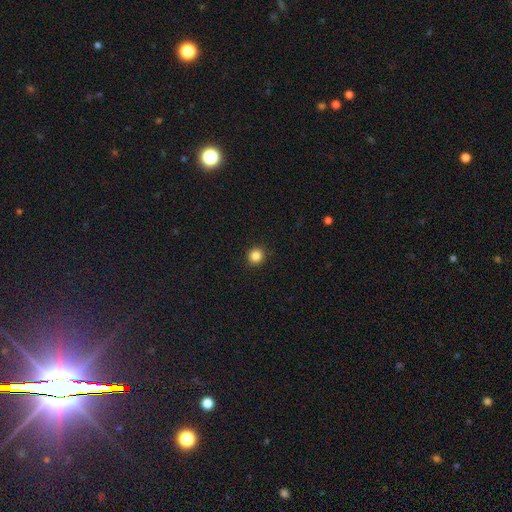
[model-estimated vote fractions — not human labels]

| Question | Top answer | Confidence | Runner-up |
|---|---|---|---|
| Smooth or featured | smooth | 85% | star or artifact (11%) |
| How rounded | round | 93% | in between (6%) |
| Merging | none | 93% | minor disturbance (5%) |